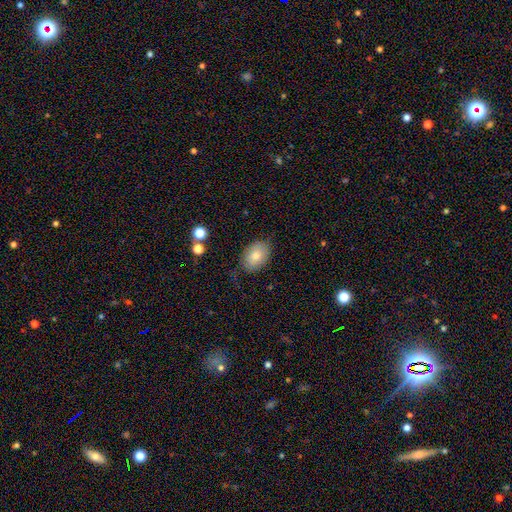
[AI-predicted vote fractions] A smooth galaxy with no disk features (77%) that is in between round and cigar-shaped (84%). Merging: none (76%).